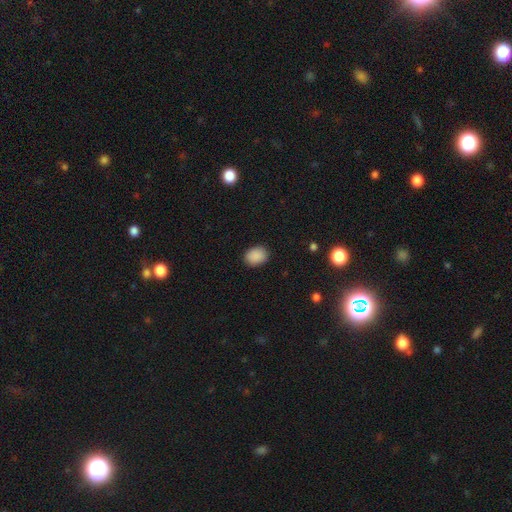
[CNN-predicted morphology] A smooth galaxy with no disk features (89%) that is in between round and cigar-shaped (60%).

Vote fractions:
- Smooth or featured? smooth: 89% / star or artifact: 9% / featured or disk: 3%
- How rounded? in between: 60% / round: 39% / cigar-shaped: 1%
- Merging? none: 88% / minor disturbance: 9% / major disturbance: 2% / merger: 1%